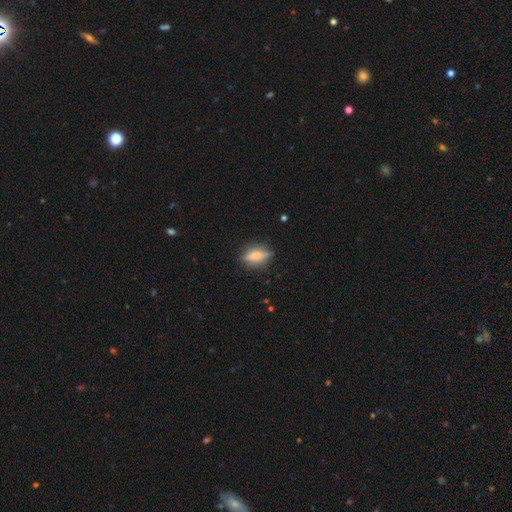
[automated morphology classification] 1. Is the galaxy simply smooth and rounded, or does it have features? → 50% smooth, 41% featured or disk, 9% star or artifact.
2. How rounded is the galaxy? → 52% in between, 40% cigar-shaped, 8% round.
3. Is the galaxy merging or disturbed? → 80% none, 15% minor disturbance, 4% major disturbance, 1% merger.